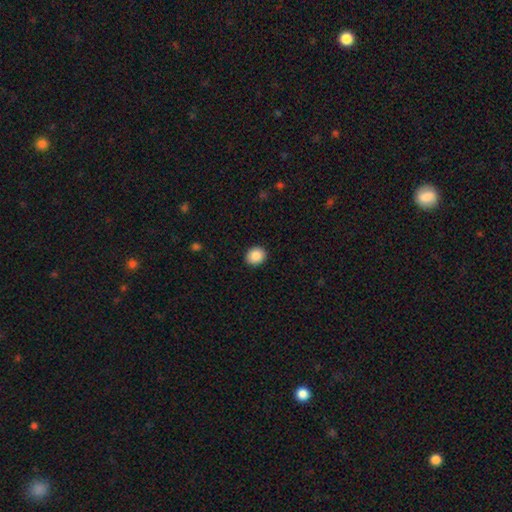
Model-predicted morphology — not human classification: A smooth galaxy with no disk features (88%) that is round (70%). Merging: none (91%).